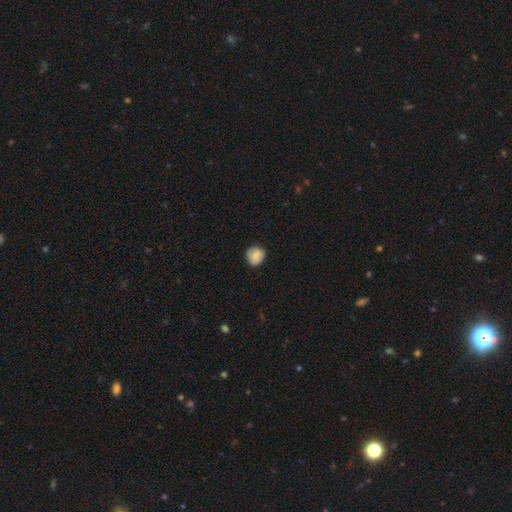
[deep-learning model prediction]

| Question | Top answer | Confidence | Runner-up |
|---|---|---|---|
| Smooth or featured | smooth | 85% | star or artifact (8%) |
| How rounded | round | 86% | in between (13%) |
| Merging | none | 83% | minor disturbance (14%) |